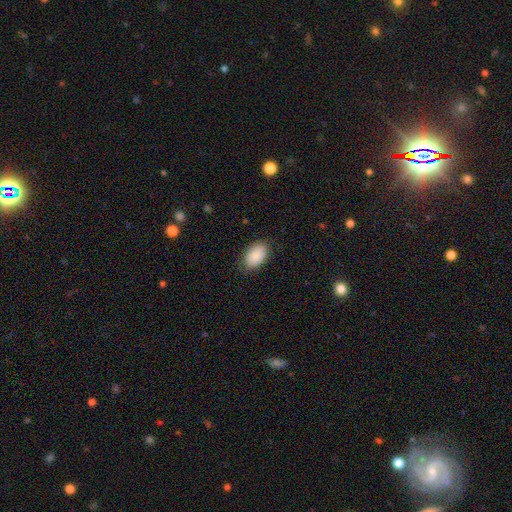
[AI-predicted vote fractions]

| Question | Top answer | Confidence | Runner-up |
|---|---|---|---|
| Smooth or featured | smooth | 89% | star or artifact (7%) |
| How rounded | in between | 91% | round (8%) |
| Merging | none | 83% | minor disturbance (13%) |